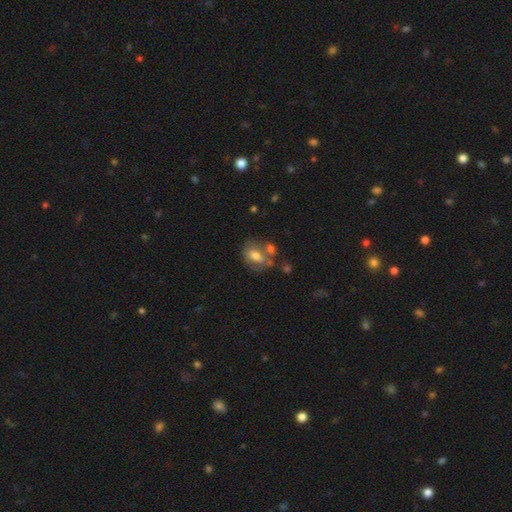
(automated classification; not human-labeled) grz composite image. It shows a smooth galaxy with no disk features (57%) that is in between round and cigar-shaped (71%). Merging: none (40%).